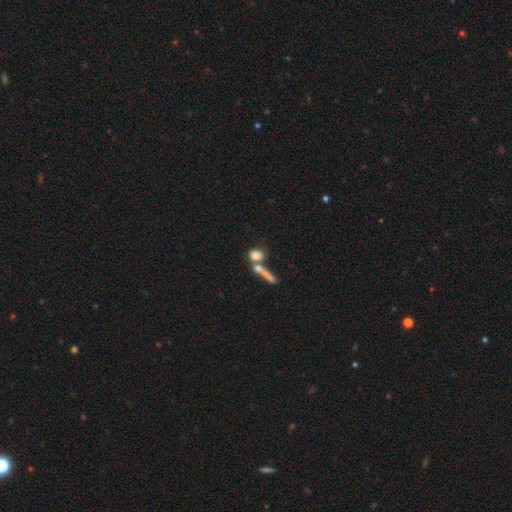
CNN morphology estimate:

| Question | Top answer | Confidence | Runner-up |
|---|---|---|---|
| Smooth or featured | smooth | 75% | featured or disk (15%) |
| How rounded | round | 50% | in between (33%) |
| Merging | merger | 41% | none (40%) |